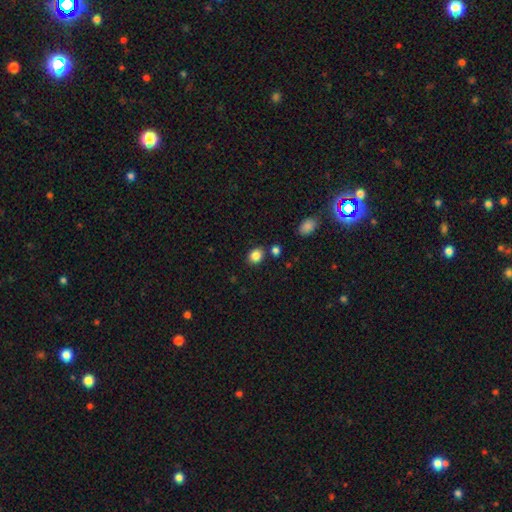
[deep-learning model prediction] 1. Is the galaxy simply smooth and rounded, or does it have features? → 85% smooth, 10% star or artifact, 5% featured or disk.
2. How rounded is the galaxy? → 55% round, 44% in between, 1% cigar-shaped.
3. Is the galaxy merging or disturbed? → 80% none, 10% minor disturbance, 7% merger, 3% major disturbance.